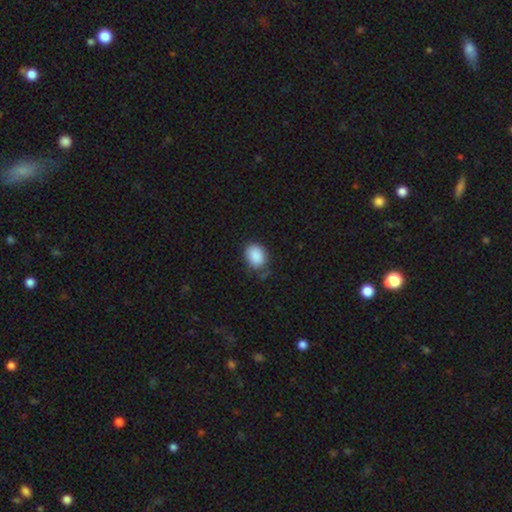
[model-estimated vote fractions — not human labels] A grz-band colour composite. It shows a smooth galaxy with no disk features (88%) that is in between round and cigar-shaped (60%). Merging: none (70%).